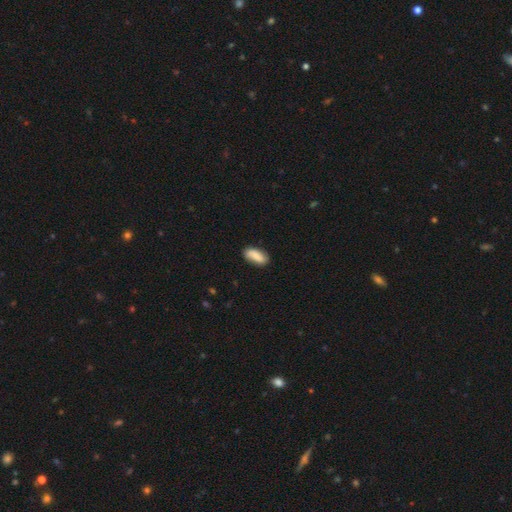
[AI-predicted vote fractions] The model was most divided on "smooth or featured": smooth: 81%, featured or disk: 13%, star or artifact: 7%. More confident: how rounded — in between (85%); merging — none (83%).